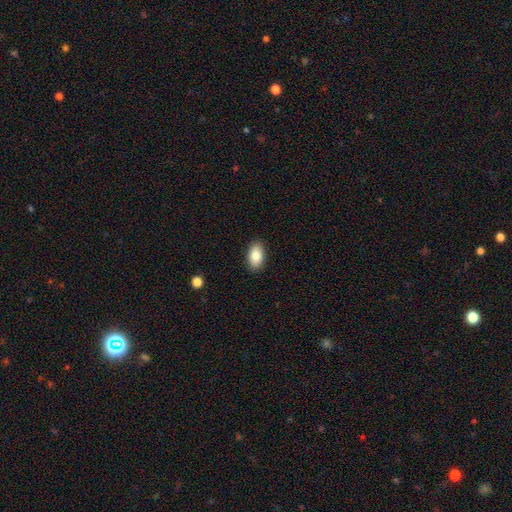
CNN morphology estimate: smooth_or_featured: smooth (p=0.83) [alt: featured or disk p=0.10]
how_rounded: in between (p=0.93) [alt: round p=0.05]
merging: none (p=0.90) [alt: minor disturbance p=0.08]